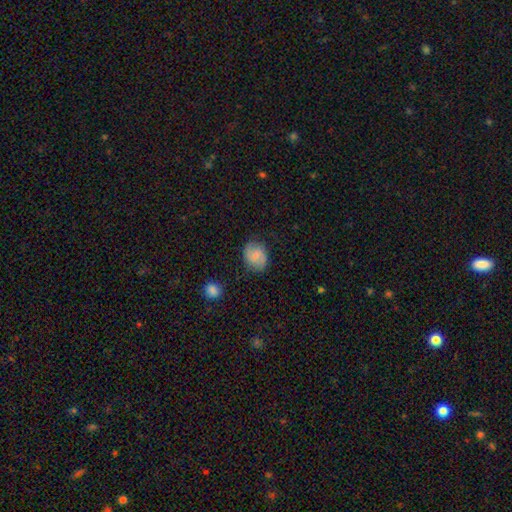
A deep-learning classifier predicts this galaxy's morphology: type=smooth (52%); roundness=round (50%); merging=none (78%).